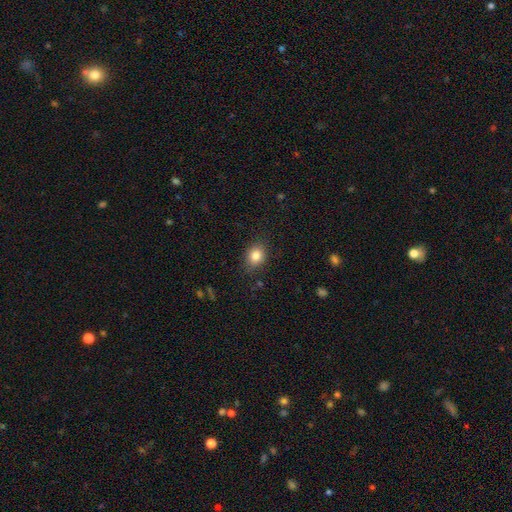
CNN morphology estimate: Smooth or featured?
  - smooth: 83% *
  - star or artifact: 11%
  - featured or disk: 7%
How rounded?
  - round: 50% *
  - in between: 49%
  - cigar-shaped: 1%
Merging?
  - none: 85% *
  - minor disturbance: 11%
  - major disturbance: 3%
  - merger: 1%